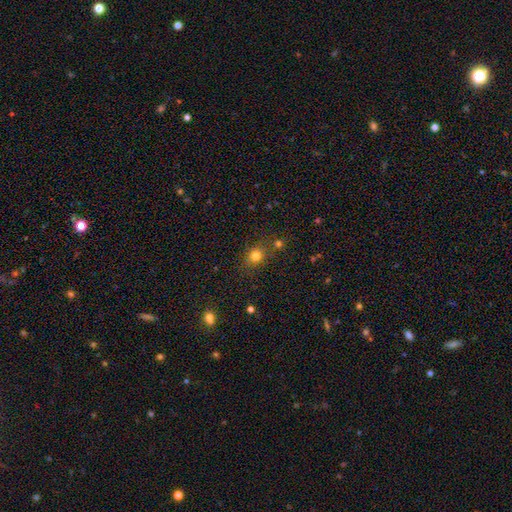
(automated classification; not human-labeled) This is likely a smooth galaxy (77%). How rounded: likely round (70%). Merging: likely none (75%).